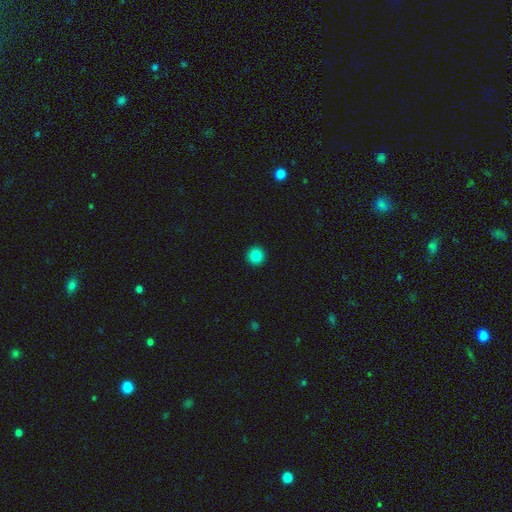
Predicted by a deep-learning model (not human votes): Smooth or featured? smooth (84%)
How rounded? round (96%)
Merging? none (94%)